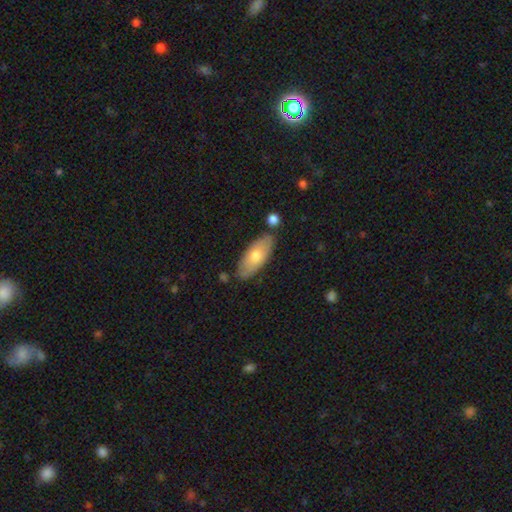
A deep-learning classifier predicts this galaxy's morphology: A smooth galaxy with no disk features (65%) that is in between round and cigar-shaped (81%).

Vote fractions:
- Smooth or featured? smooth: 65% / featured or disk: 29% / star or artifact: 5%
- How rounded? in between: 81% / cigar-shaped: 17% / round: 2%
- Merging? none: 79% / minor disturbance: 14% / merger: 5% / major disturbance: 3%